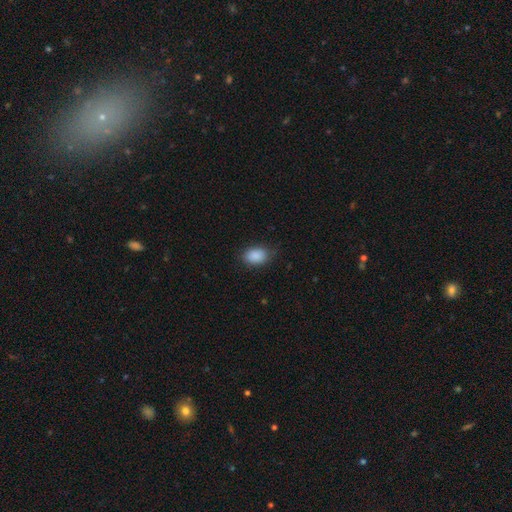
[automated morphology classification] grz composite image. It shows a smooth galaxy with no disk features (89%) that is in between round and cigar-shaped (81%). Merging: none (82%).